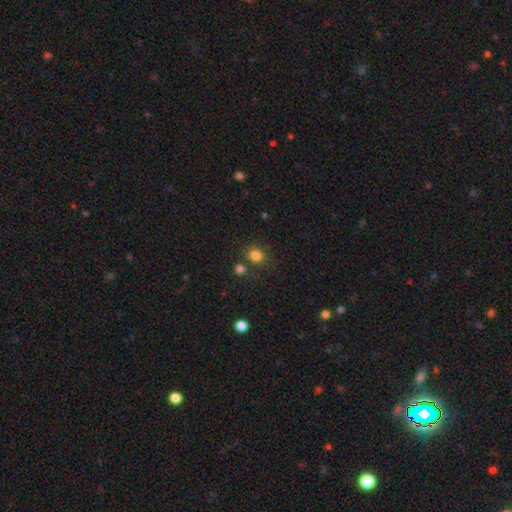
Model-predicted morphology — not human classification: Overall: smooth (81%). How rounded: round (75%). Merging: none (75%).